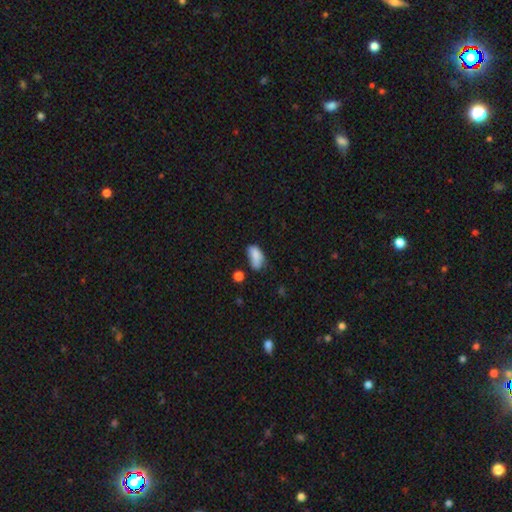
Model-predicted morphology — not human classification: smooth_or_featured: smooth (p=0.81) [alt: featured or disk p=0.10]
how_rounded: in between (p=0.90) [alt: round p=0.05]
merging: none (p=0.40) [alt: minor disturbance p=0.35]